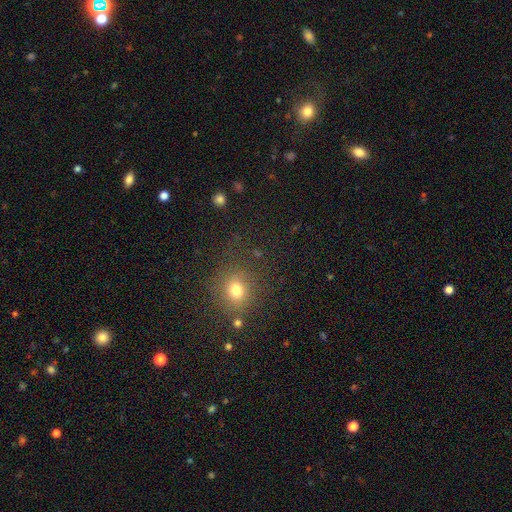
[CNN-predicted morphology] smooth_or_featured: smooth (p=0.60) [alt: star or artifact p=0.33]
how_rounded: round (p=0.87) [alt: in between p=0.12]
merging: none (p=0.85) [alt: minor disturbance p=0.09]